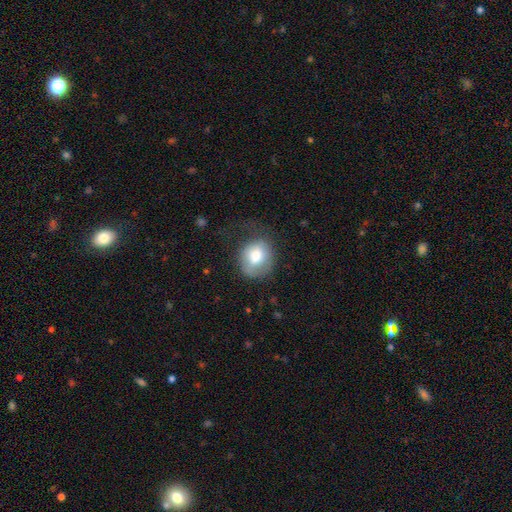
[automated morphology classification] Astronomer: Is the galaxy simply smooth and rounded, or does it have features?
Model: smooth — 75%.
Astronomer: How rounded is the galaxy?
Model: round — 71%.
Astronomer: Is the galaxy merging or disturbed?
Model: none — 46% (runner-up: minor disturbance, 27%).